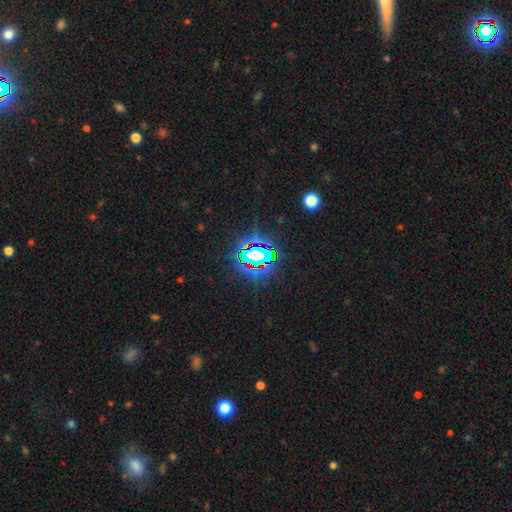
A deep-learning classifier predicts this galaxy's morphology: Overall: star or artifact (72%).